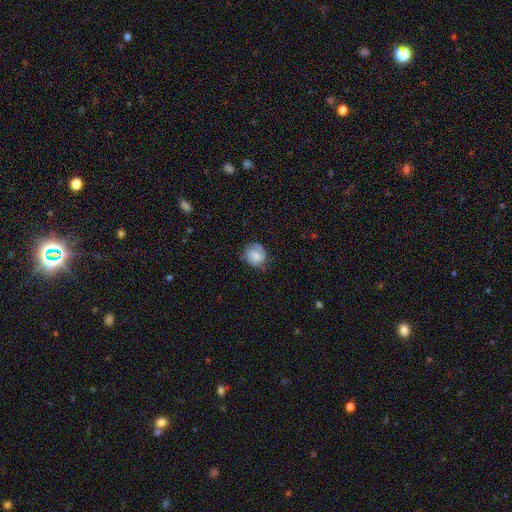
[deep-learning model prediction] Overall: featured or disk (52%; smooth 40%). Edge-on disk: no (98%). Bar: no (44%, tied with weak). Spiral arms: yes (89%). Bulge size: small (35%; moderate 30%). Merging: none (72%).